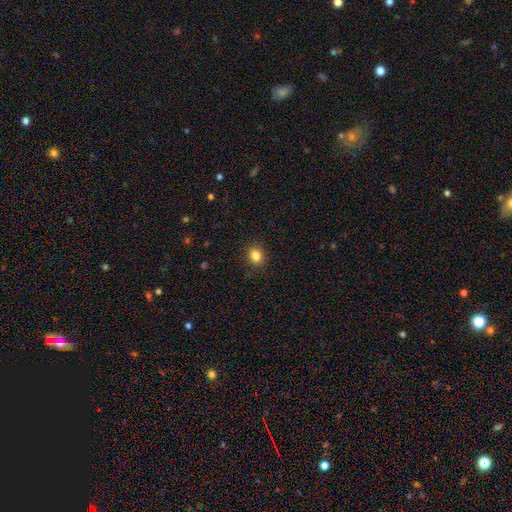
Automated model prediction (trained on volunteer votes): The model was most divided on "how rounded": round: 69%, in between: 30%, cigar-shaped: 1%. More confident: merging — none (90%); smooth or featured — smooth (84%).